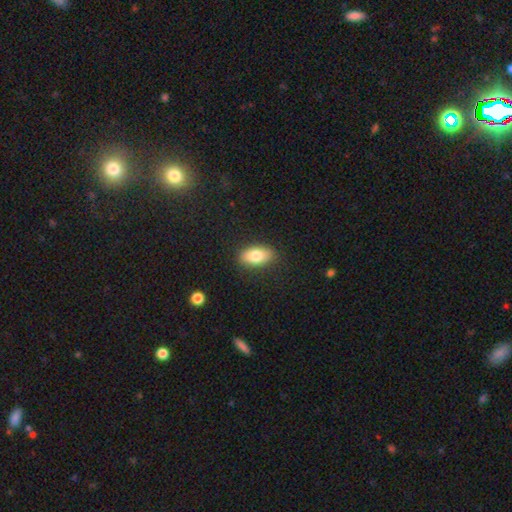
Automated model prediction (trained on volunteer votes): Smooth or featured? smooth (81%)
How rounded? in between (90%)
Merging? none (86%)